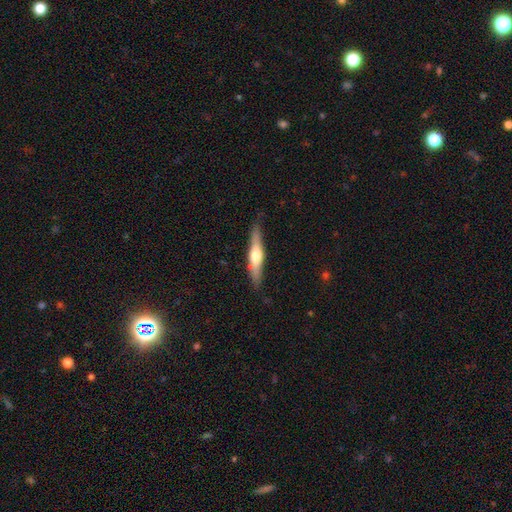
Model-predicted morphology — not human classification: smooth_or_featured: featured or disk (p=0.55) [alt: smooth p=0.40]
disk_edge_on: yes (p=0.94) [alt: no p=0.06]
edge_on_bulge: rounded (p=0.89) [alt: boxy p=0.06]
merging: none (p=0.84) [alt: minor disturbance p=0.12]